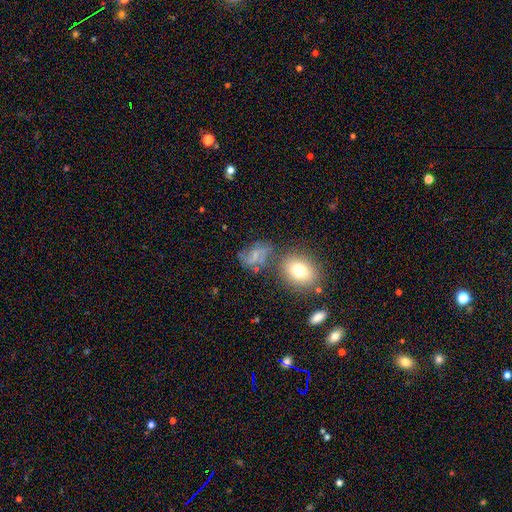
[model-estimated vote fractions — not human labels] Smooth or featured: featured or disk — 50% (smooth — 35%)
Merging: none — 49% (minor disturbance — 22%)